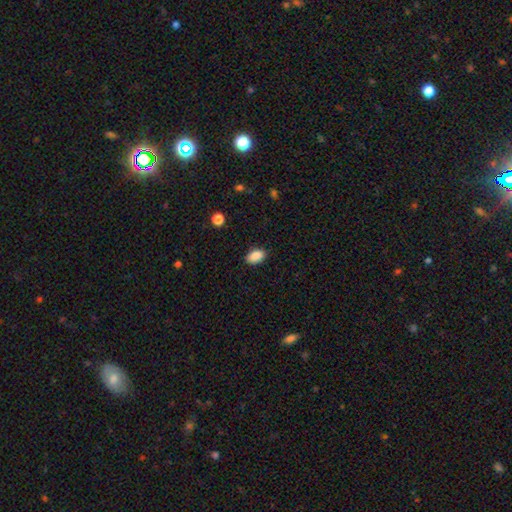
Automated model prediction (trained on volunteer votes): Smooth or featured? smooth (89%)
How rounded? in between (90%)
Merging? none (85%)